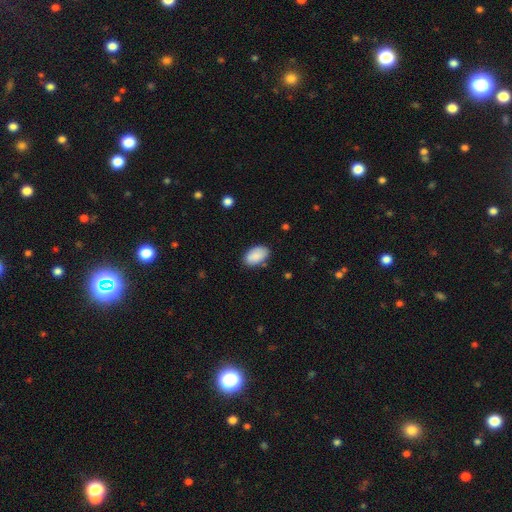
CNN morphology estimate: Smooth or featured? Predicted: smooth (p=0.87). How rounded? Predicted: in between (p=0.94). Merging? Predicted: none (p=0.80).